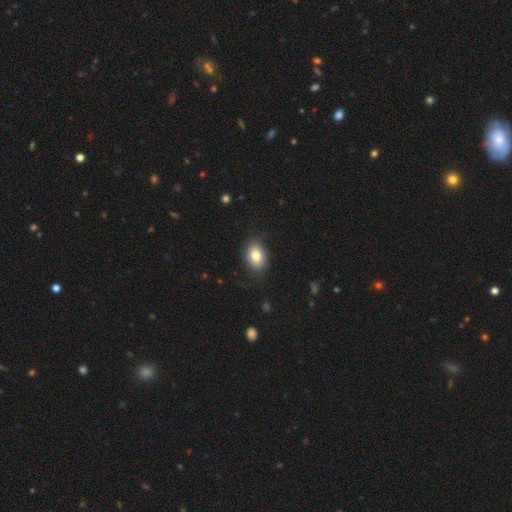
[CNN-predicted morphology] A smooth galaxy with no disk features (80%) that is in between round and cigar-shaped (73%).

Vote fractions:
- Smooth or featured? smooth: 80% / featured or disk: 11% / star or artifact: 9%
- How rounded? in between: 73% / round: 26% / cigar-shaped: 1%
- Merging? none: 85% / minor disturbance: 11% / major disturbance: 3% / merger: 1%